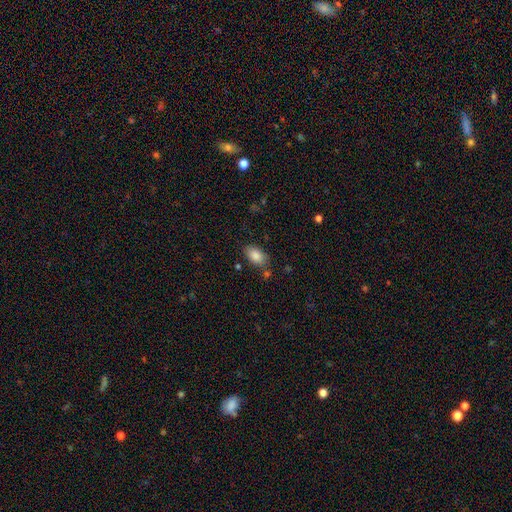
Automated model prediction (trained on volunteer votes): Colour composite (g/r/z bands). It shows a smooth galaxy with no disk features (86%) that is in between round and cigar-shaped (92%). Merging: none (75%).